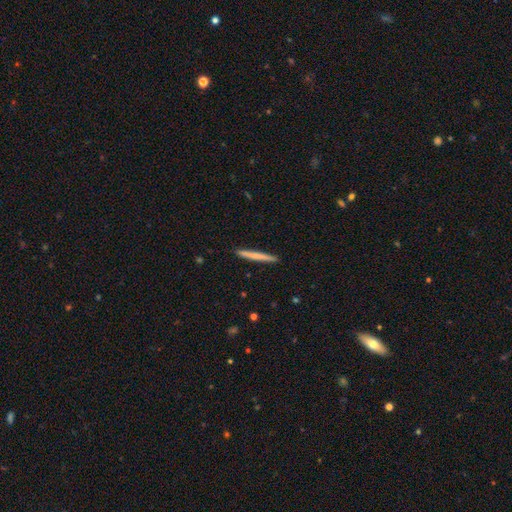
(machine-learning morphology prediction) smooth_or_featured: smooth (p=0.63) [alt: featured or disk p=0.31]
how_rounded: cigar-shaped (p=0.97) [alt: in between p=0.02]
merging: none (p=0.93) [alt: minor disturbance p=0.05]